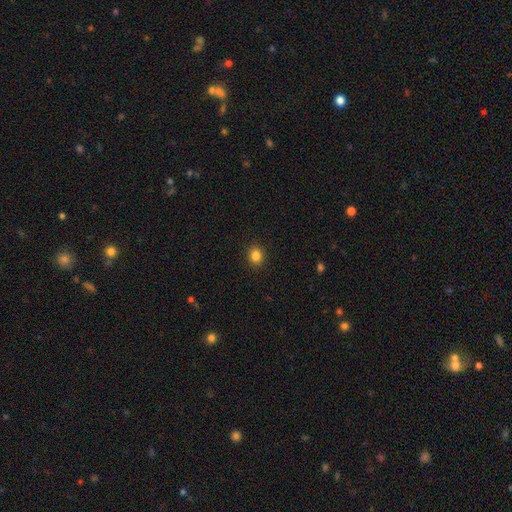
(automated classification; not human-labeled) Overall: smooth (85%). How rounded: round (73%). Merging: none (91%).